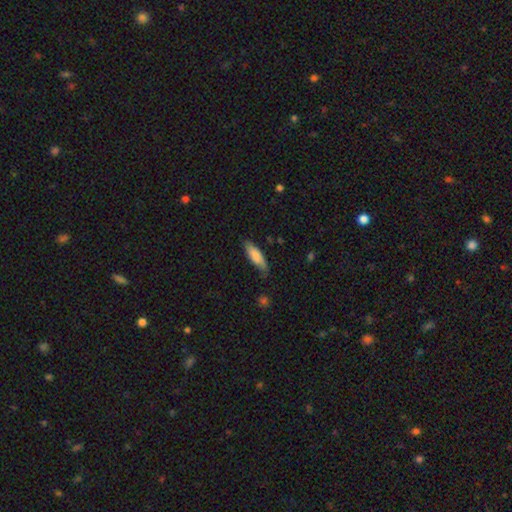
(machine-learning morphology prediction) smooth 79%, featured or disk 16%, star or artifact 6%. Down the decision tree: how rounded — in between (50%); merging — none (69%).